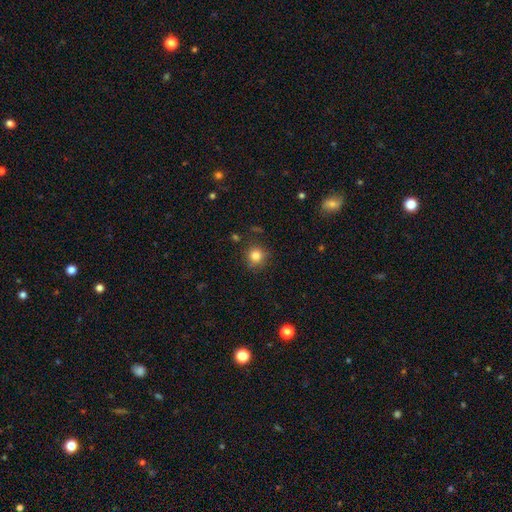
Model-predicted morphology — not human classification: Q: Smooth or featured?
A: smooth (82%); runner-up: star or artifact (12%)
Q: How rounded?
A: round (93%); runner-up: in between (6%)
Q: Merging?
A: none (84%); runner-up: minor disturbance (11%)